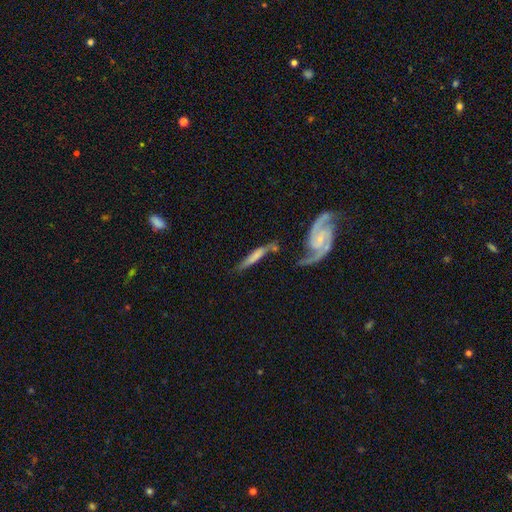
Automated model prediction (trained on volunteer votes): smooth_or_featured: featured or disk (p=0.49) [alt: smooth p=0.45]
merging: none (p=0.46) [alt: merger p=0.22]